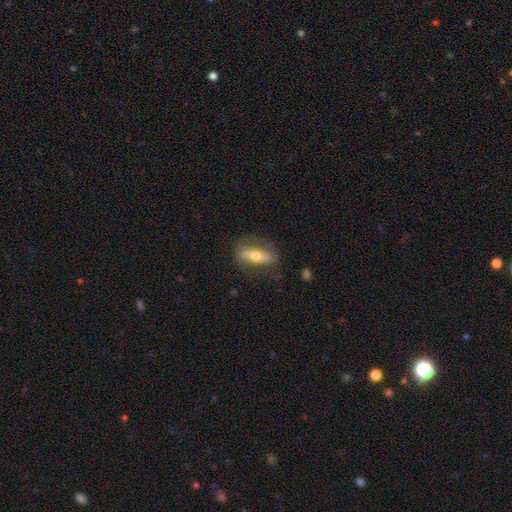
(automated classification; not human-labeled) Smooth or featured? Predicted: smooth (p=0.47, tied with featured or disk). Merging? Predicted: none (p=0.74).